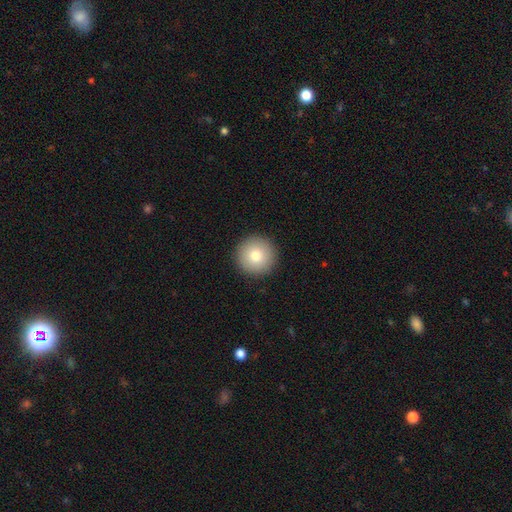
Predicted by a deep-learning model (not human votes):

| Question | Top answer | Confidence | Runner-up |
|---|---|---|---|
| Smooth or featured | smooth | 79% | featured or disk (11%) |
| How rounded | round | 96% | in between (3%) |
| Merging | none | 93% | minor disturbance (5%) |